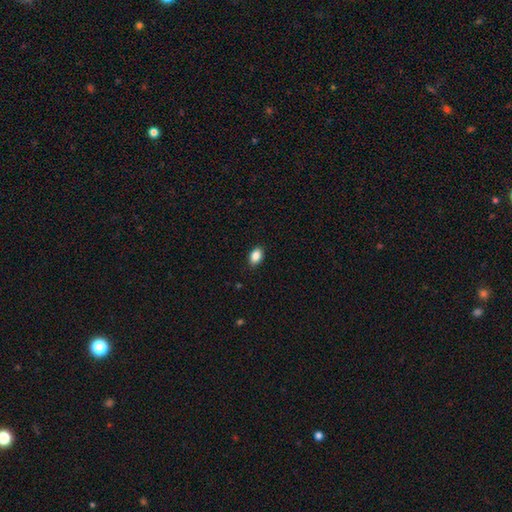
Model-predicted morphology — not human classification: Smooth or featured? Predicted: smooth (p=0.88). How rounded? Predicted: in between (p=0.86). Merging? Predicted: none (p=0.89).